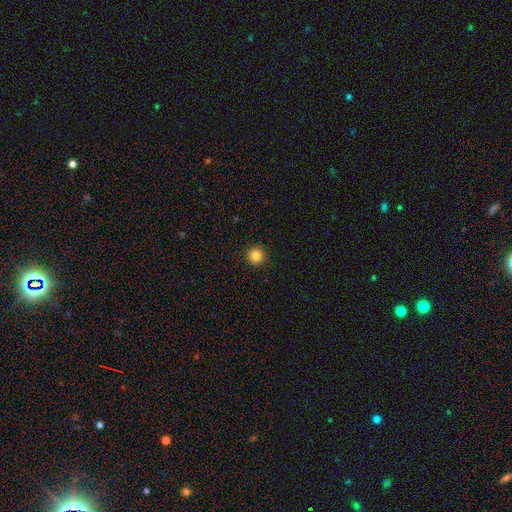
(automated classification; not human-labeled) A smooth galaxy with no disk features (84%) that is round (96%). Merging: none (93%).